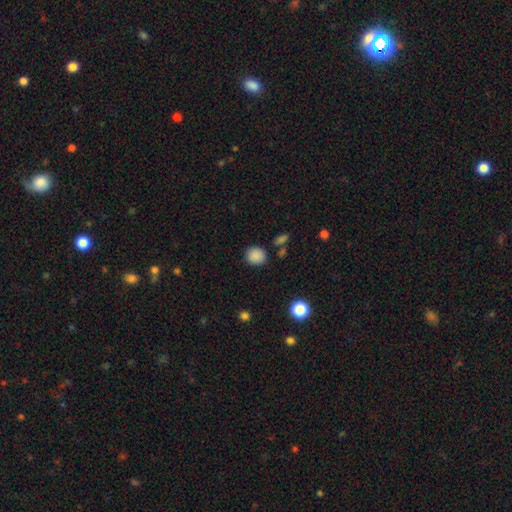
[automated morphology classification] smooth-or-featured: smooth: 87% | star or artifact: 10% | featured or disk: 3%
  how-rounded: round: 83% | in between: 16% | cigar-shaped: 1%
  merging: none: 84% | minor disturbance: 9% | merger: 4% | major disturbance: 3%